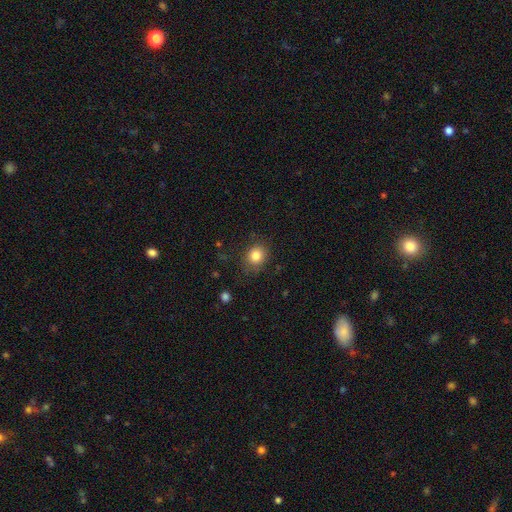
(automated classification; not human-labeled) The model was most divided on "how rounded": round: 72%, in between: 27%, cigar-shaped: 1%. More confident: smooth or featured — smooth (83%); merging — none (80%).